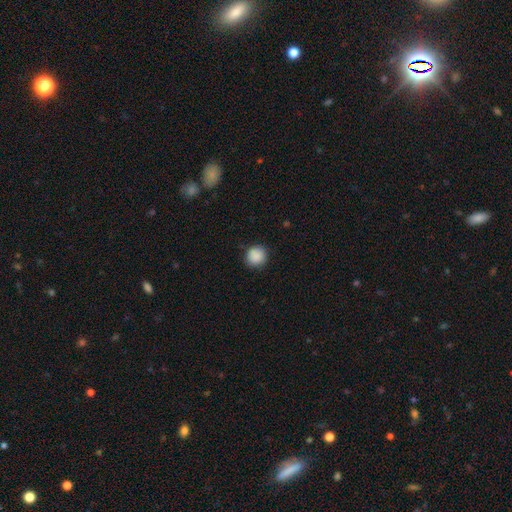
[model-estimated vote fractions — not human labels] smooth_or_featured: smooth (p=0.89) [alt: star or artifact p=0.08]
how_rounded: round (p=0.93) [alt: in between p=0.06]
merging: none (p=0.89) [alt: minor disturbance p=0.08]